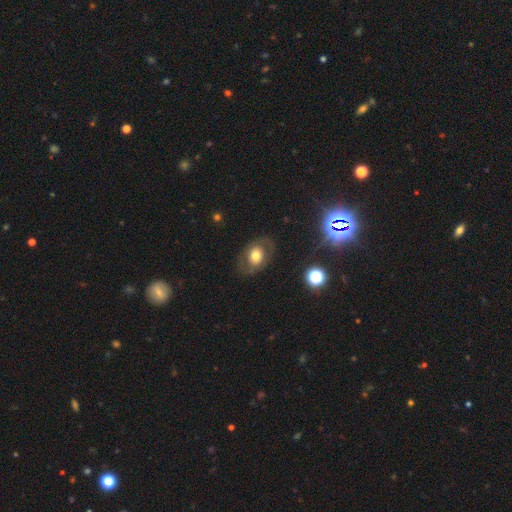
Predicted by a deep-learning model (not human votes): Overall: smooth (48%; featured or disk 42%). Merging: none (76%).